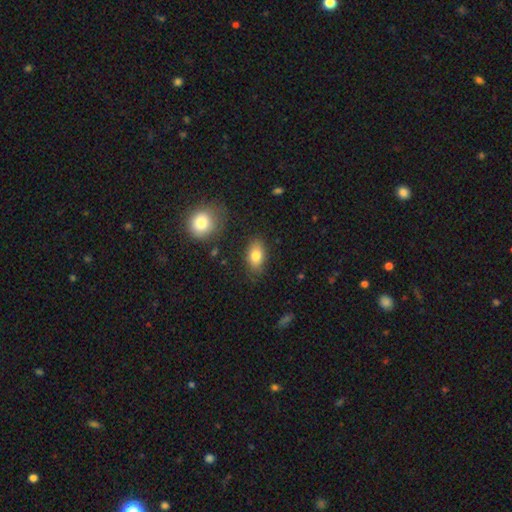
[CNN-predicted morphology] smooth 82%, featured or disk 10%, star or artifact 8%. Down the decision tree: how rounded — in between (89%); merging — none (82%).